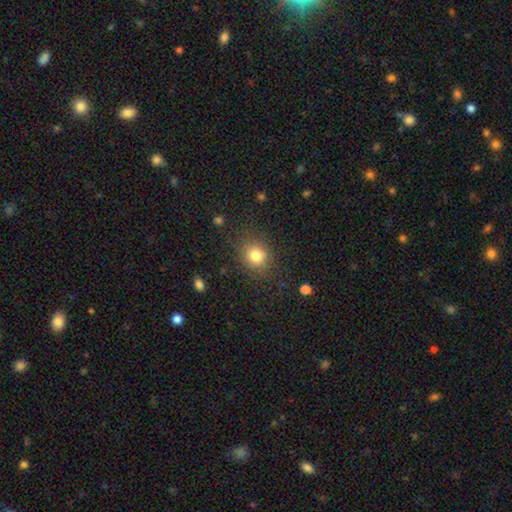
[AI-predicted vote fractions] Overall: smooth (80%). How rounded: round (72%). Merging: none (82%).